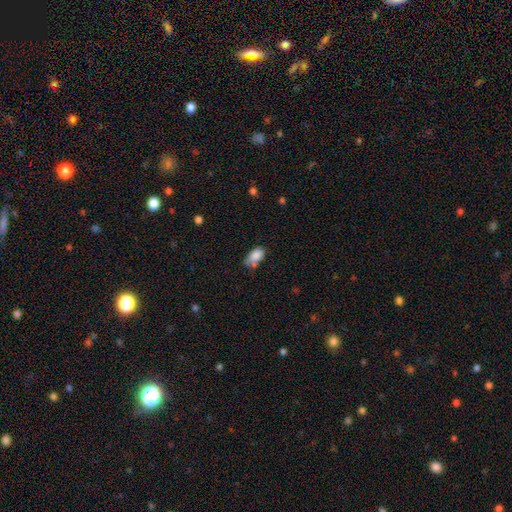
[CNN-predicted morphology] Smooth or featured?
  - smooth: 83% *
  - featured or disk: 9%
  - star or artifact: 8%
How rounded?
  - in between: 91% *
  - round: 6%
  - cigar-shaped: 3%
Merging?
  - none: 45% *
  - minor disturbance: 30%
  - merger: 15%
  - major disturbance: 9%